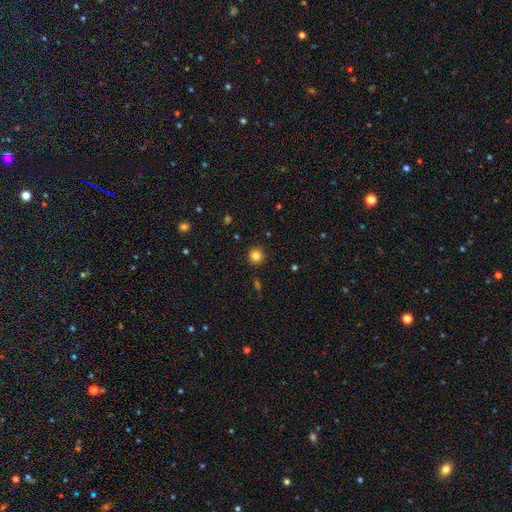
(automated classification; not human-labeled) Overall: smooth (84%). How rounded: round (92%). Merging: none (91%).